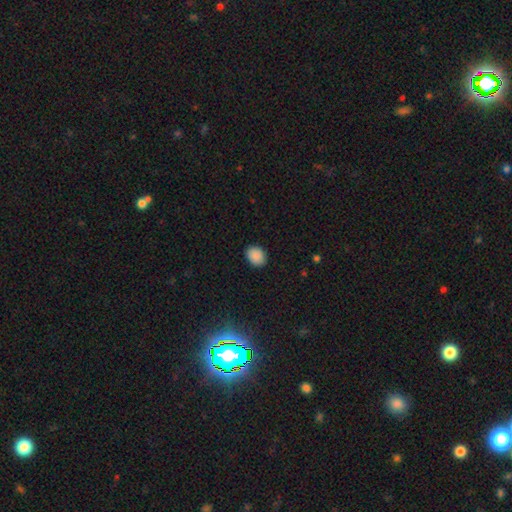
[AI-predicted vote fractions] The model was most divided on "how rounded": in between: 54%, round: 46%, cigar-shaped: 1%. More confident: merging — none (89%); smooth or featured — smooth (89%).